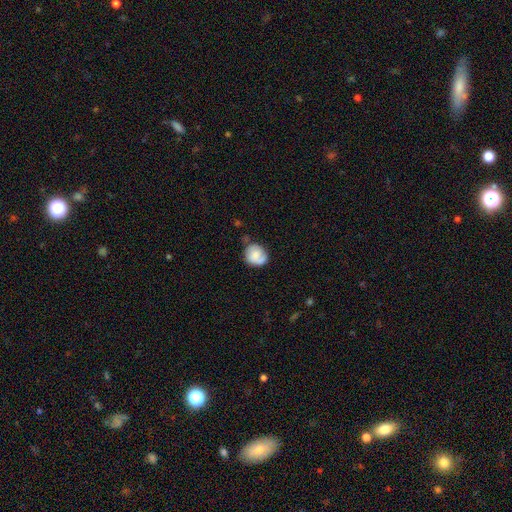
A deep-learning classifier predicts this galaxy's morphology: smooth-or-featured: smooth: 64% | featured or disk: 28% | star or artifact: 8%
  how-rounded: round: 68% | in between: 31% | cigar-shaped: 1%
  merging: none: 59% | minor disturbance: 28% | major disturbance: 8% | merger: 4%